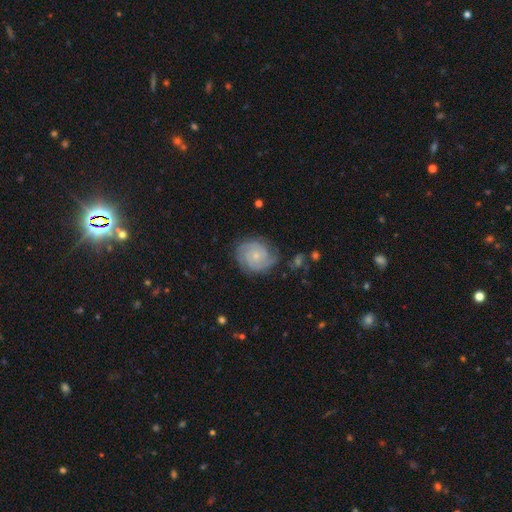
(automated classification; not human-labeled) smooth_or_featured: featured or disk (p=0.82) [alt: smooth p=0.12]
disk_edge_on: no (p=0.98) [alt: yes p=0.02]
bar: no (p=0.78) [alt: weak p=0.19]
has_spiral_arms: yes (p=0.96) [alt: no p=0.04]
spiral_winding: tight (p=0.68) [alt: medium p=0.26]
spiral_arm_count: 2 (p=0.37) [alt: 3 p=0.27]
bulge_size: small (p=0.76) [alt: moderate p=0.19]
merging: none (p=0.75) [alt: minor disturbance p=0.17]